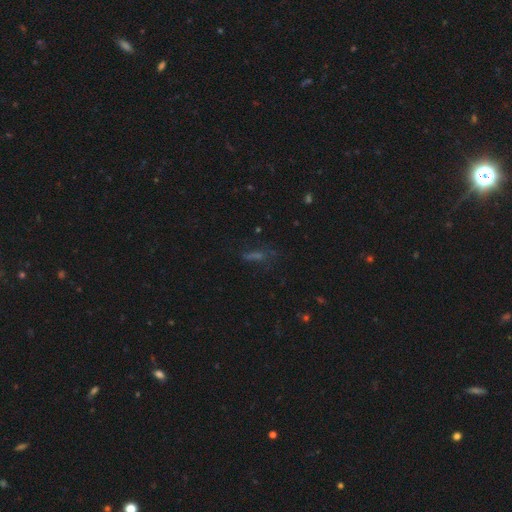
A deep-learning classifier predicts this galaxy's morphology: A smooth galaxy with no disk features (38%, tied with star or artifact).

Vote fractions:
- Smooth or featured? smooth: 38% (tied) / star or artifact: 38% (tied) / featured or disk: 23%
- Merging? none: 62% / minor disturbance: 19% / major disturbance: 15% / merger: 4%